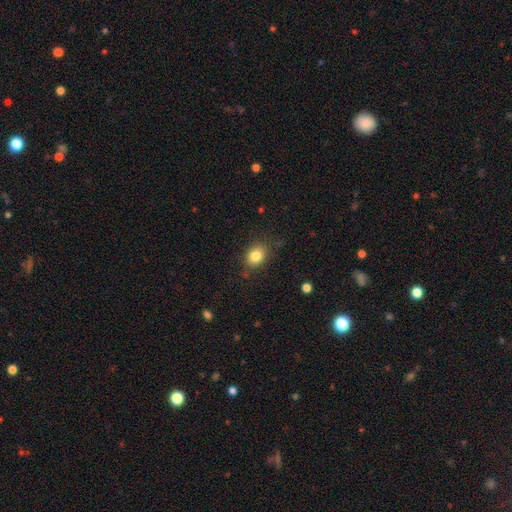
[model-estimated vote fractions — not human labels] This appears to be a smooth galaxy with no disk features (83%) that is in between round and cigar-shaped (56%). Merging: none (79%).